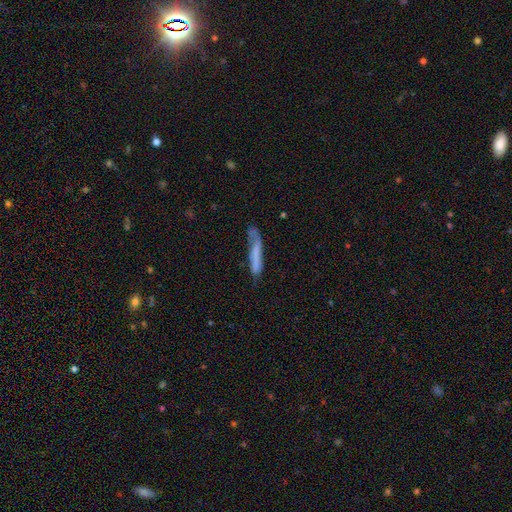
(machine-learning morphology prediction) This is possibly a smooth galaxy (55%). How rounded: clearly cigar-shaped (91%). Merging: possibly none (54%).